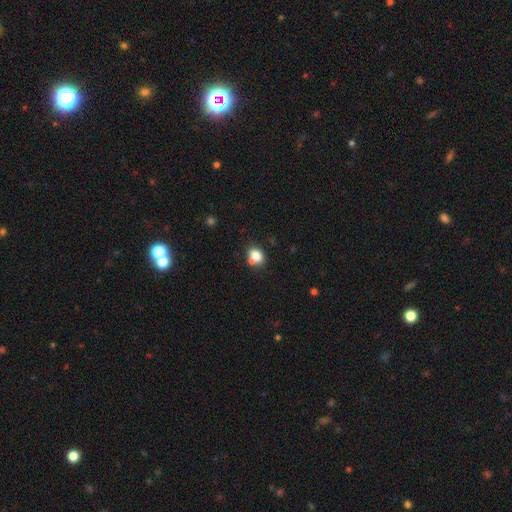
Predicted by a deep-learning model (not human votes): Overall: smooth (78%). How rounded: in between (59%; round 39%). Merging: none (52%; merger 29%).